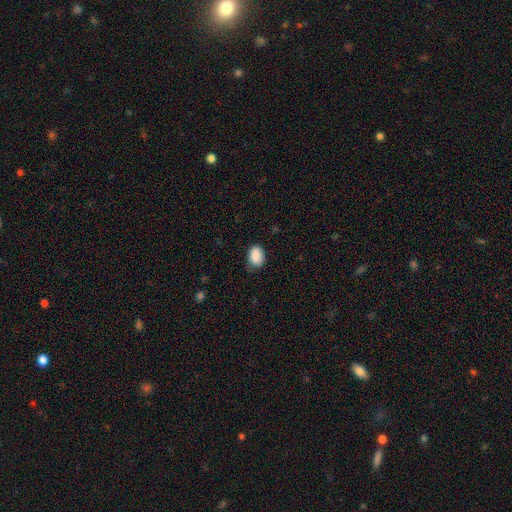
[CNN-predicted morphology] Q: Smooth or featured?
A: smooth (88%); runner-up: star or artifact (7%)
Q: How rounded?
A: in between (79%); runner-up: round (20%)
Q: Merging?
A: none (69%); runner-up: minor disturbance (25%)